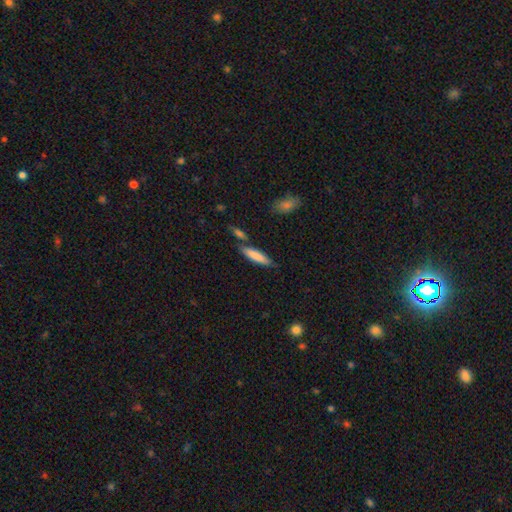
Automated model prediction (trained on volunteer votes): Q: Smooth or featured?
A: smooth (80%); runner-up: featured or disk (14%)
Q: How rounded?
A: cigar-shaped (76%); runner-up: in between (23%)
Q: Merging?
A: none (71%); runner-up: minor disturbance (13%)